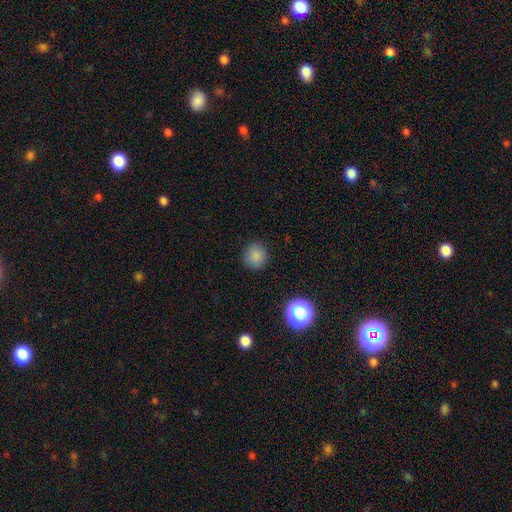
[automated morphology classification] Smooth or featured? Predicted: smooth (p=0.83). How rounded? Predicted: round (p=0.90). Merging? Predicted: none (p=0.90).